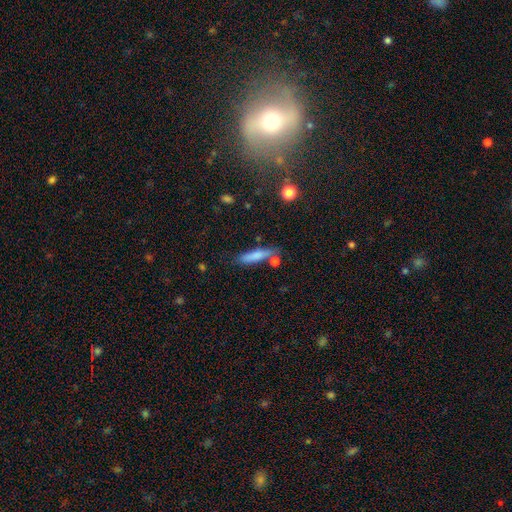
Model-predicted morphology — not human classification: This is likely a smooth galaxy (78%). How rounded: likely cigar-shaped (78%). Merging: likely none (66%).